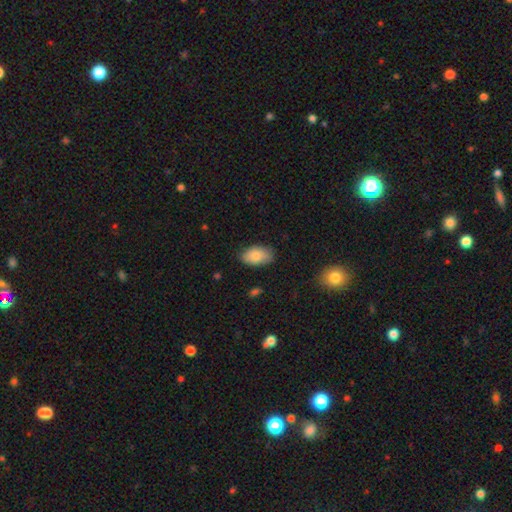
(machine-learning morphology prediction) Smooth or featured? Predicted: smooth (p=0.85). How rounded? Predicted: in between (p=0.93). Merging? Predicted: none (p=0.77).